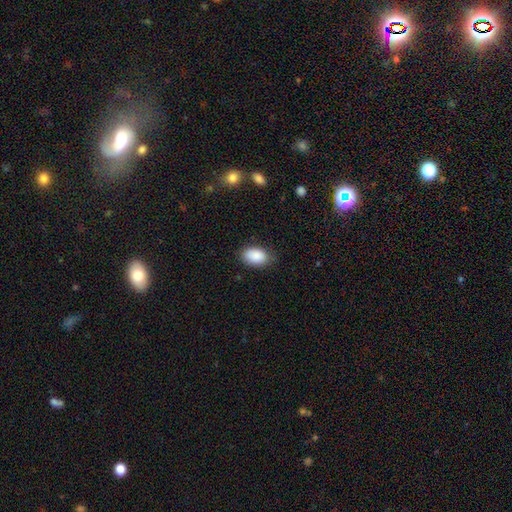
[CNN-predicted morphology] A smooth galaxy with no disk features (89%) that is in between round and cigar-shaped (91%). Merging: none (80%).